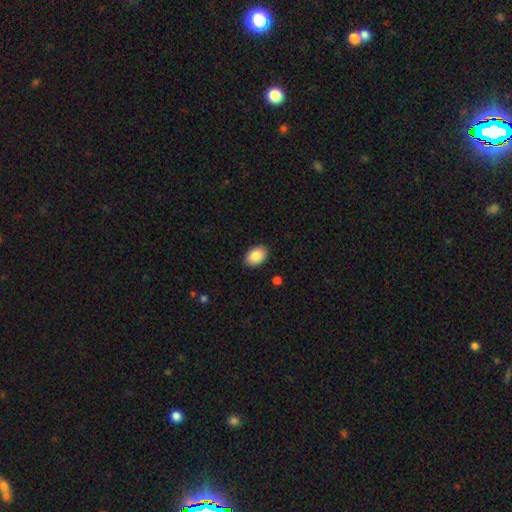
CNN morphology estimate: Overall: smooth (88%). How rounded: in between (84%). Merging: none (90%).